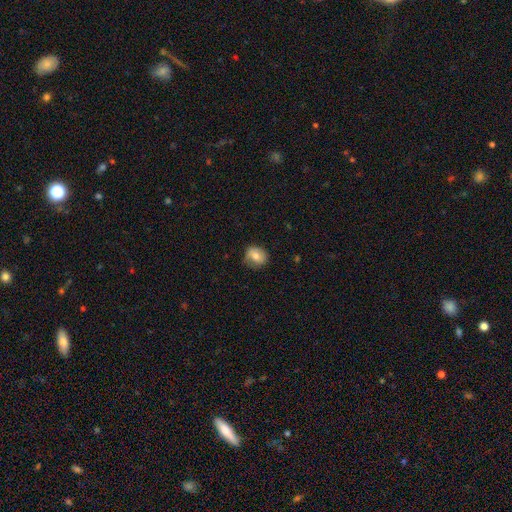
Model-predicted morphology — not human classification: smooth_or_featured: smooth (p=0.71) [alt: featured or disk p=0.20]
how_rounded: round (p=0.72) [alt: in between p=0.27]
merging: none (p=0.72) [alt: minor disturbance p=0.22]